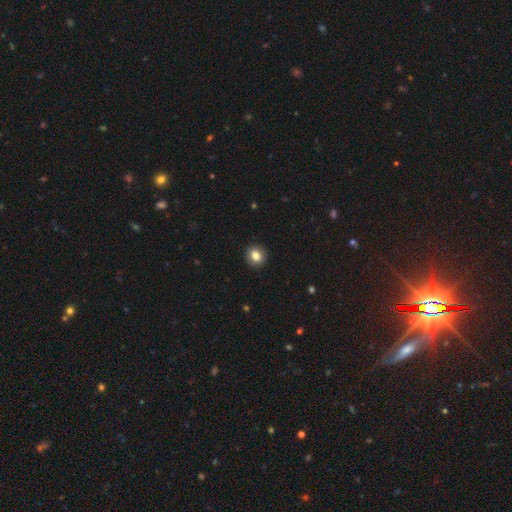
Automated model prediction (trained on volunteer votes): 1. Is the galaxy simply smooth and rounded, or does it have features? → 82% smooth, 9% star or artifact, 9% featured or disk.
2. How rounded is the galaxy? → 84% round, 15% in between, 1% cigar-shaped.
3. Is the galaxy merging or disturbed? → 92% none, 5% minor disturbance, 2% major disturbance, 1% merger.